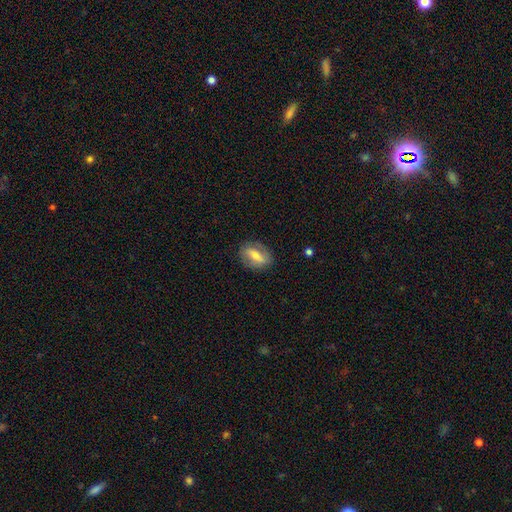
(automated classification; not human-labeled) Smooth or featured: featured or disk — 49% (smooth — 44%)
Merging: none — 80% (minor disturbance — 14%)